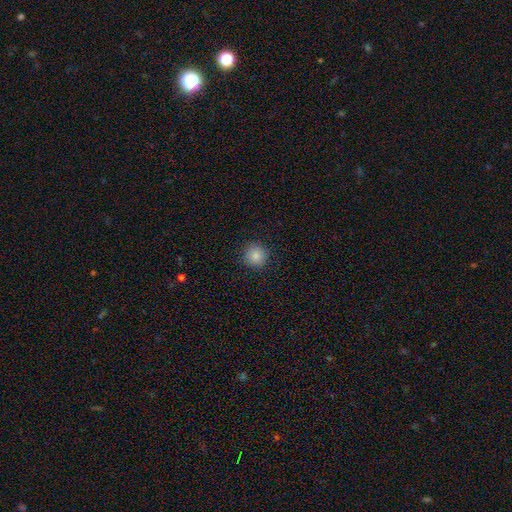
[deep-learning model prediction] Smooth or featured? Predicted: smooth (p=0.86). How rounded? Predicted: round (p=0.93). Merging? Predicted: none (p=0.91).